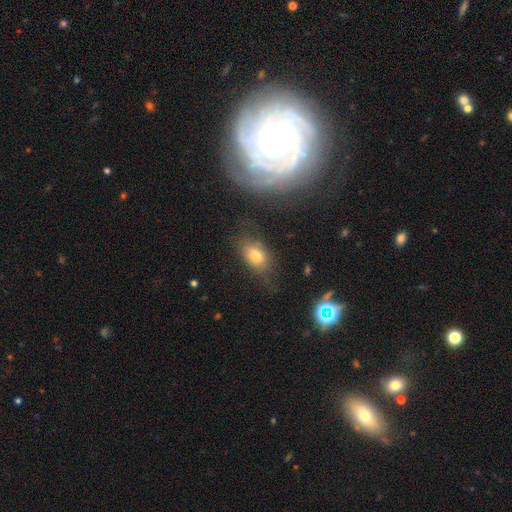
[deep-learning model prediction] Q: Smooth or featured?
A: smooth (72%); runner-up: featured or disk (15%)
Q: How rounded?
A: in between (79%); runner-up: round (18%)
Q: Merging?
A: none (61%); runner-up: minor disturbance (22%)